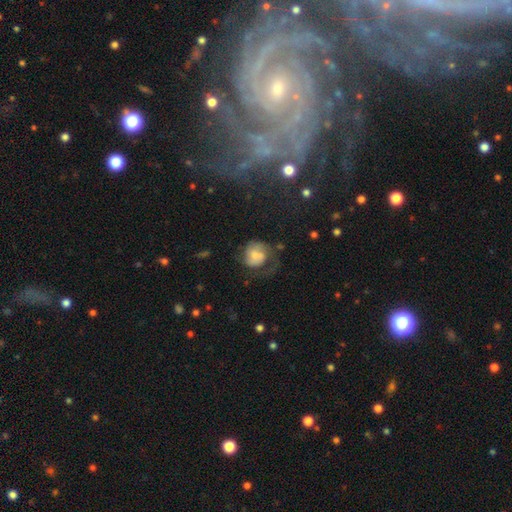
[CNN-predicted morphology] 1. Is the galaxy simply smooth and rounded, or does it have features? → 46% smooth, 45% featured or disk, 9% star or artifact.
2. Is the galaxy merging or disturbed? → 38% major disturbance, 36% none, 22% minor disturbance, 5% merger.